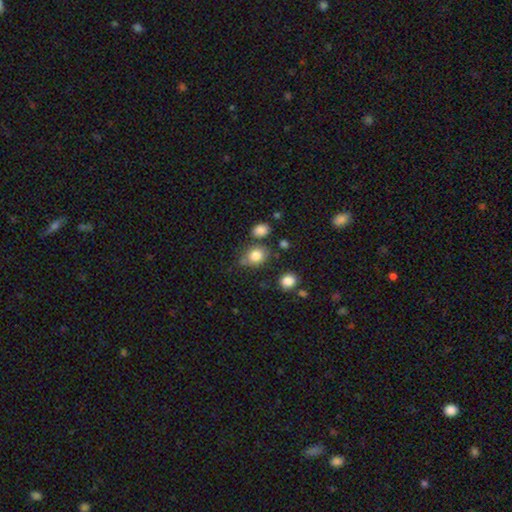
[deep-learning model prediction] Q: Smooth or featured?
A: smooth (81%); runner-up: star or artifact (11%)
Q: How rounded?
A: round (50%); runner-up: in between (49%)
Q: Merging?
A: none (64%); runner-up: minor disturbance (20%)